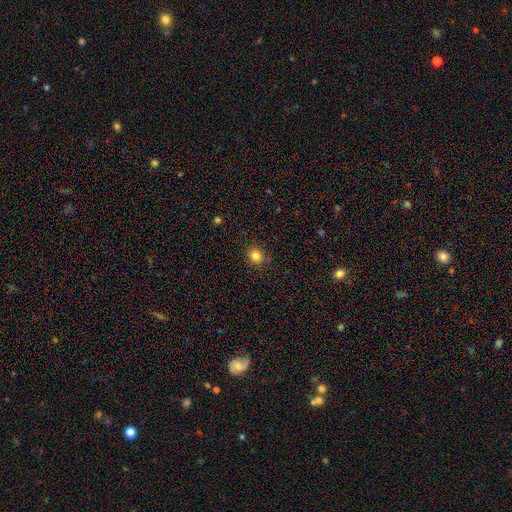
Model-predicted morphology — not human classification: Smooth or featured?
  - smooth: 83% *
  - star or artifact: 12%
  - featured or disk: 5%
How rounded?
  - round: 81% *
  - in between: 18%
  - cigar-shaped: 1%
Merging?
  - none: 88% *
  - minor disturbance: 8%
  - major disturbance: 2%
  - merger: 1%